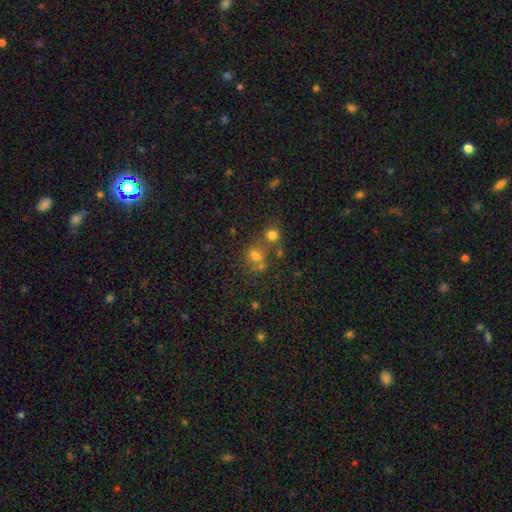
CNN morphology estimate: Smooth or featured? Predicted: smooth (p=0.61). How rounded? Predicted: round (p=0.53). Merging? Predicted: none (p=0.45).